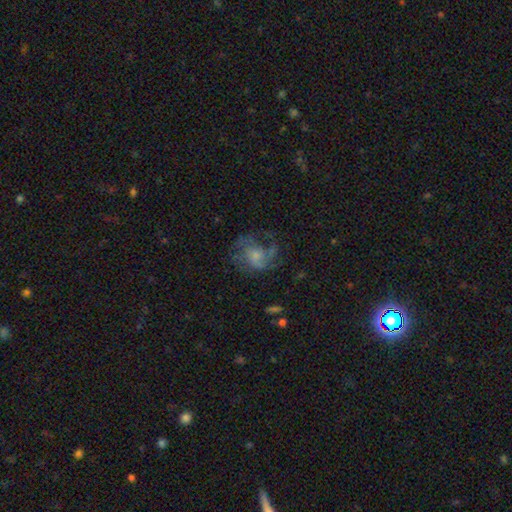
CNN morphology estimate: Smooth or featured? featured or disk (61%)
Edge-on disk? no (98%)
Bar? no (75%)
Spiral arms? yes (78%)
Bulge size? small (49%)
Merging? none (56%)